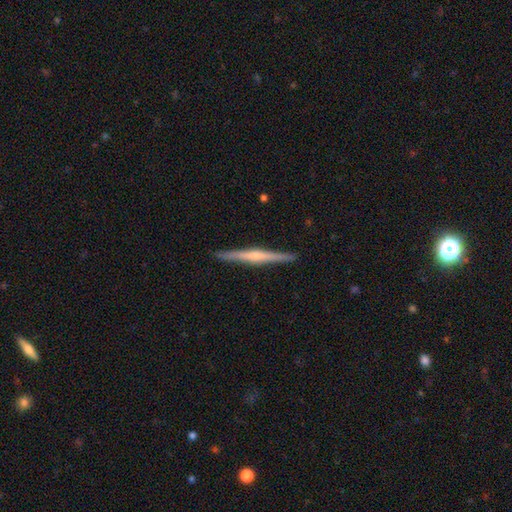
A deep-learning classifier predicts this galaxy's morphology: This is likely a featured or disk galaxy (69%). It is clearly viewed edge-on (98%). Edge-on bulge: possibly rounded (56%). Merging: clearly none (92%).